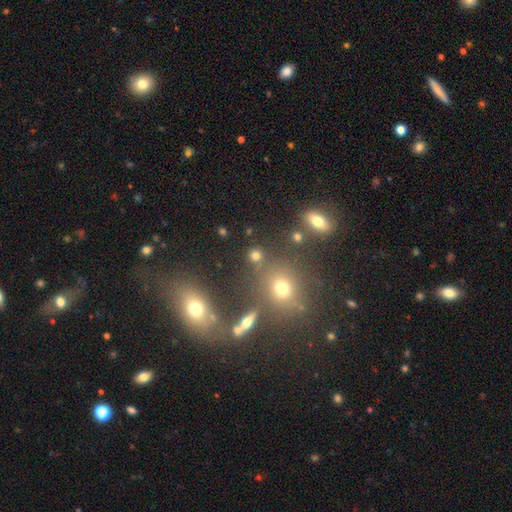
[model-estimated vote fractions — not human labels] A smooth galaxy with no disk features (72%) that is round (84%).

Vote fractions:
- Smooth or featured? smooth: 72% / star or artifact: 20% / featured or disk: 8%
- How rounded? round: 84% / in between: 14% / cigar-shaped: 2%
- Merging? none: 75% / merger: 12% / minor disturbance: 8% / major disturbance: 4%